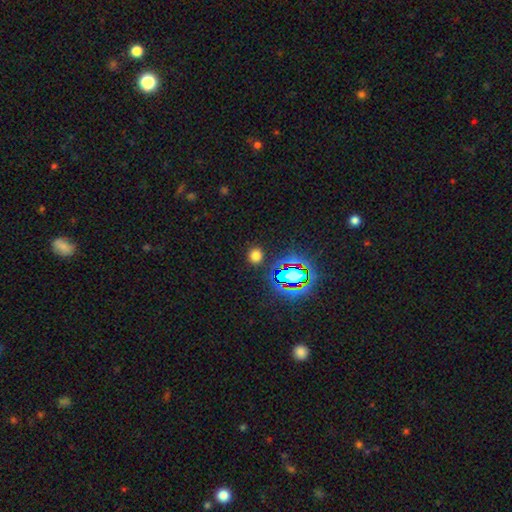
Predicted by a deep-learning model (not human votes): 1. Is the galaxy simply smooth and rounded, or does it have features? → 71% smooth, 24% star or artifact, 6% featured or disk.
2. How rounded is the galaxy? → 85% round, 14% in between, 1% cigar-shaped.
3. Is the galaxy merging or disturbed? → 88% none, 7% minor disturbance, 3% major disturbance, 2% merger.